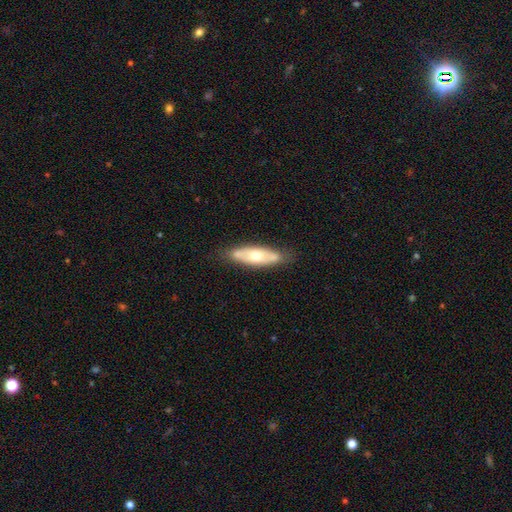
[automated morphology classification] Smooth or featured?
  - smooth: 49% *
  - featured or disk: 46%
  - star or artifact: 6%
Merging?
  - none: 77% *
  - minor disturbance: 17%
  - major disturbance: 4%
  - merger: 3%